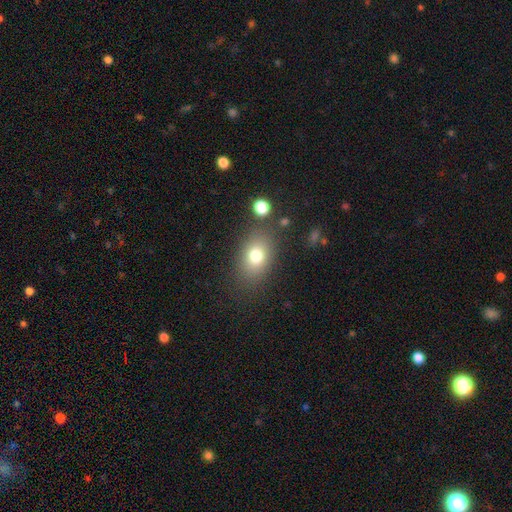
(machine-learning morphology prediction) Smooth or featured?
  - smooth: 77% *
  - featured or disk: 12%
  - star or artifact: 11%
How rounded?
  - in between: 75% *
  - round: 24%
  - cigar-shaped: 1%
Merging?
  - none: 79% *
  - minor disturbance: 12%
  - major disturbance: 5%
  - merger: 4%